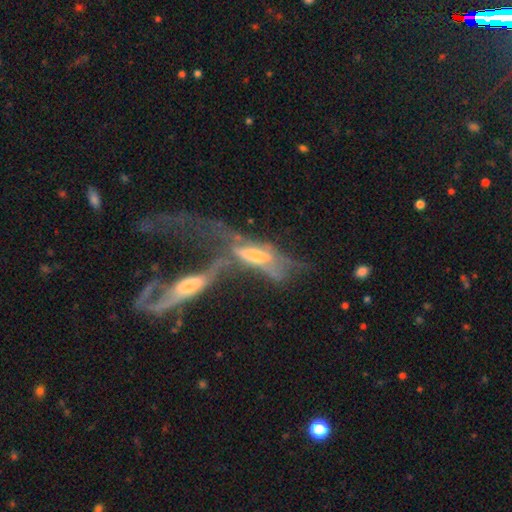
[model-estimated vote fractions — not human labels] smooth-or-featured: featured or disk: 70% | smooth: 21% | star or artifact: 9%
  disk-edge-on: no: 64% | yes: 36%
  merging: merger: 67% | major disturbance: 18% | none: 9% | minor disturbance: 6%